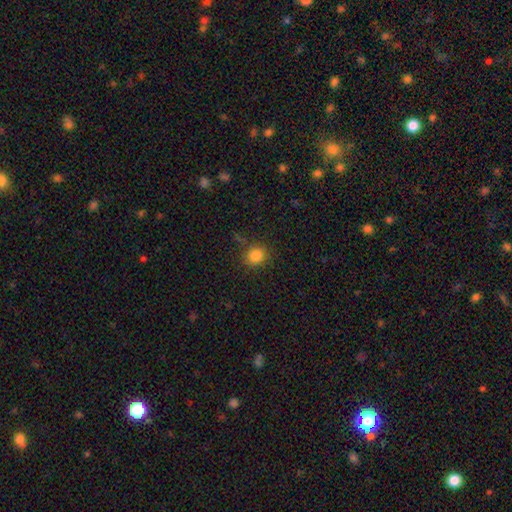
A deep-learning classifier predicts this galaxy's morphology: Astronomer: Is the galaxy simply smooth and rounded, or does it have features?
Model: smooth — 83%.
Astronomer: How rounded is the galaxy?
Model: round — 79%.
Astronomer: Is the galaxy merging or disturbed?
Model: none — 83%.